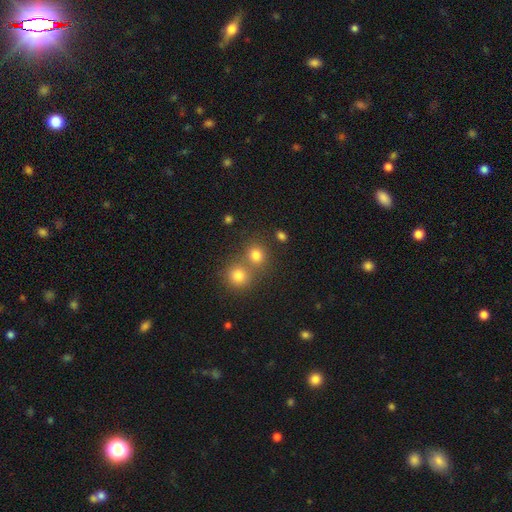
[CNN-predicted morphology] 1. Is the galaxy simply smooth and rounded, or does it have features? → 75% smooth, 17% star or artifact, 8% featured or disk.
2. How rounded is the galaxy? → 84% round, 15% in between, 1% cigar-shaped.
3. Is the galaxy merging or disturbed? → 56% none, 35% merger, 6% minor disturbance, 3% major disturbance.